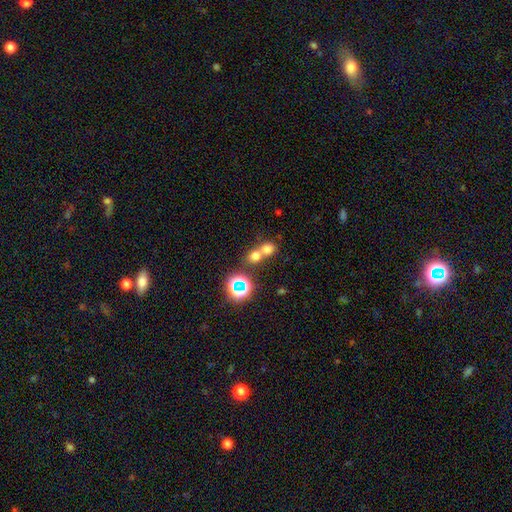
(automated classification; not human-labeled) The model was most divided on "merging": merger: 54%, none: 38%, minor disturbance: 6%, major disturbance: 3%. More confident: how rounded — round (71%); smooth or featured — smooth (65%).